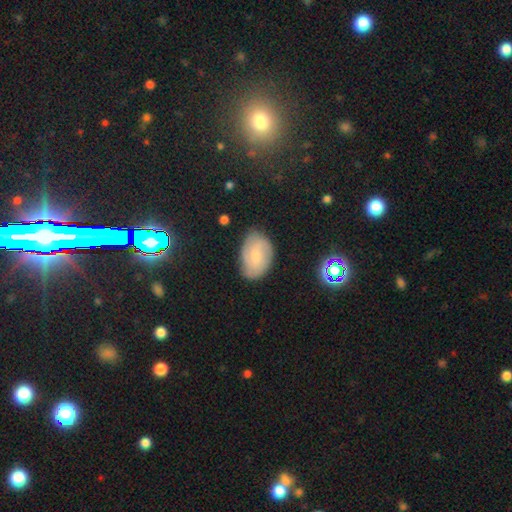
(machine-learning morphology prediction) This appears to be a featured or disk galaxy (49%). Merging: none (76%).